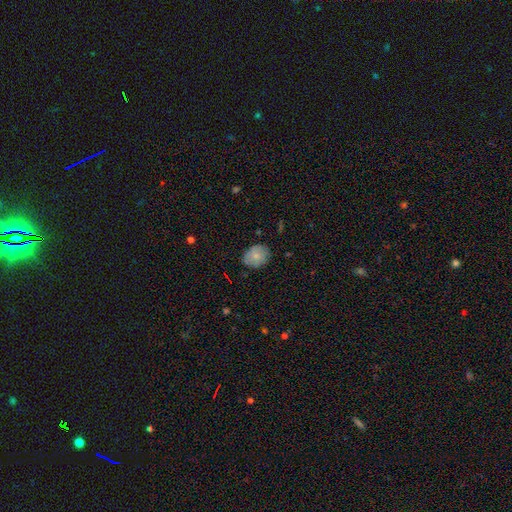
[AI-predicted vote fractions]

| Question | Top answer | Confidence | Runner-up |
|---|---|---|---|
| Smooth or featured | smooth | 78% | featured or disk (14%) |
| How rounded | in between | 51% | round (48%) |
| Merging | none | 78% | minor disturbance (18%) |